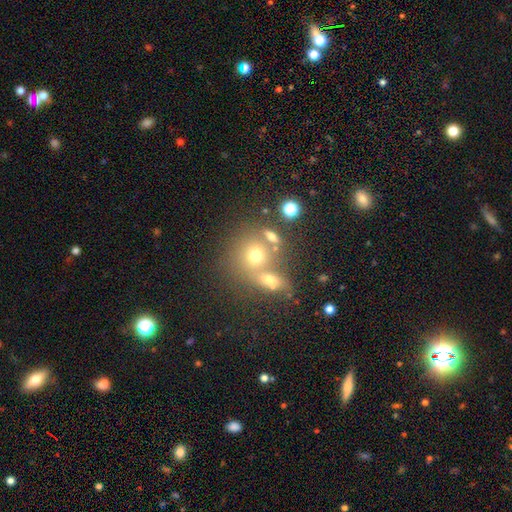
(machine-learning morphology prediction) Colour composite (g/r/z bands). It shows a smooth galaxy with no disk features (63%) that is round (75%). Merging: merger (47%).